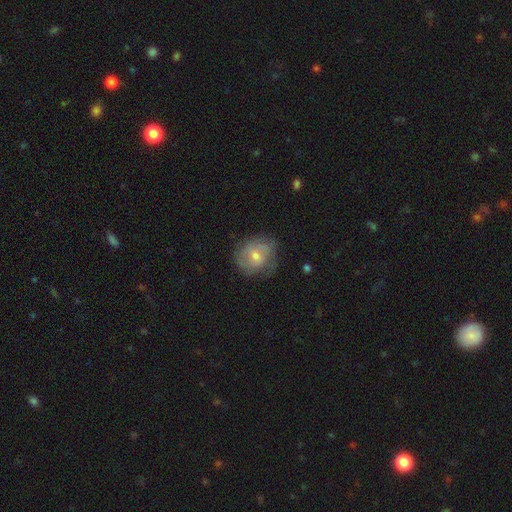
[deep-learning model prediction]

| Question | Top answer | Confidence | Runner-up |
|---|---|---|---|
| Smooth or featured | smooth | 50% | featured or disk (42%) |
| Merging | none | 64% | minor disturbance (24%) |